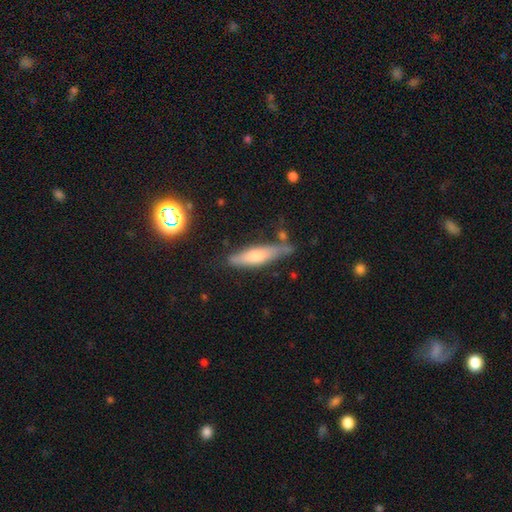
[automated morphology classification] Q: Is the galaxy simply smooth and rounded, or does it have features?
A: smooth — 53%.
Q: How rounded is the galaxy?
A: cigar-shaped — 71%.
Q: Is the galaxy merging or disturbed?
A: none — 68%.